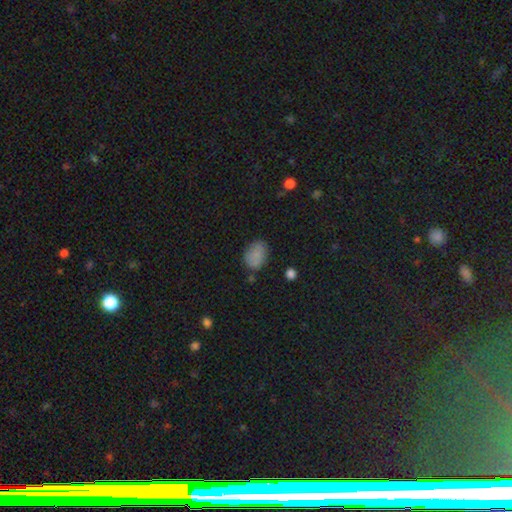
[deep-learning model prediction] Smooth or featured? Predicted: smooth (p=0.82). How rounded? Predicted: in between (p=0.76). Merging? Predicted: none (p=0.71).